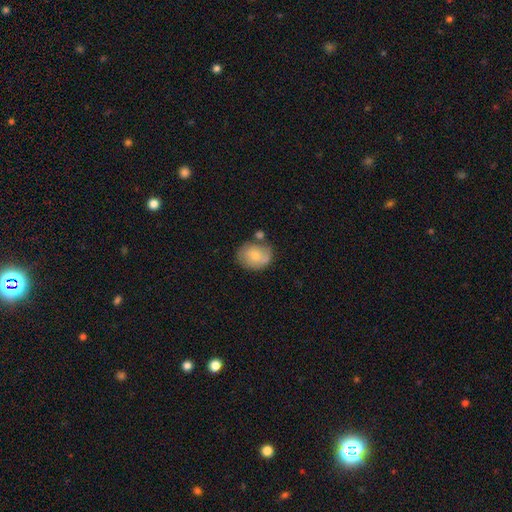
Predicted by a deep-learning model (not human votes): Overall: smooth (62%; featured or disk 31%). How rounded: round (56%; in between 44%). Merging: none (56%; minor disturbance 23%).